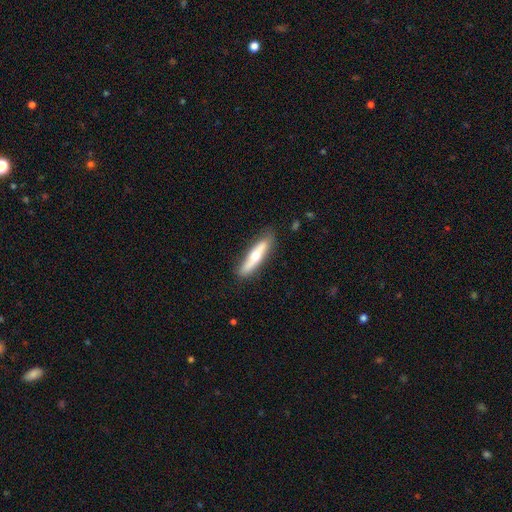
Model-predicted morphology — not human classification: Smooth or featured? smooth (49%)
Merging? none (82%)